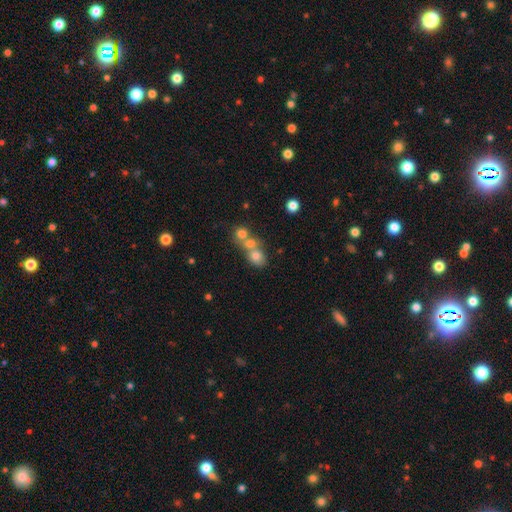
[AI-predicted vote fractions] Morphology: type=smooth (70%); roundness=round (64%); merging=merger (56%).